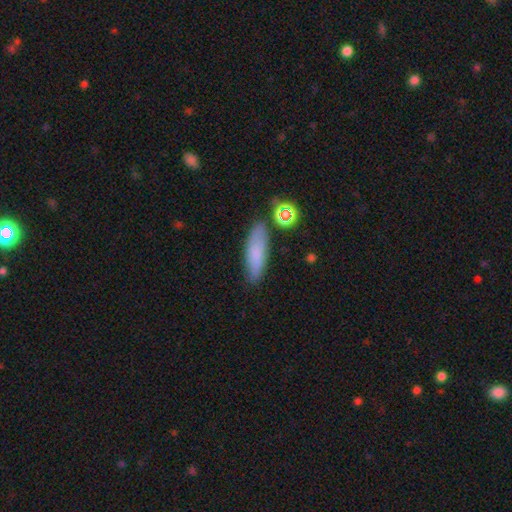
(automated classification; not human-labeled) The model was most divided on "how rounded": cigar-shaped: 49%, in between: 48%, round: 3%. More confident: merging — none (77%); smooth or featured — smooth (76%).